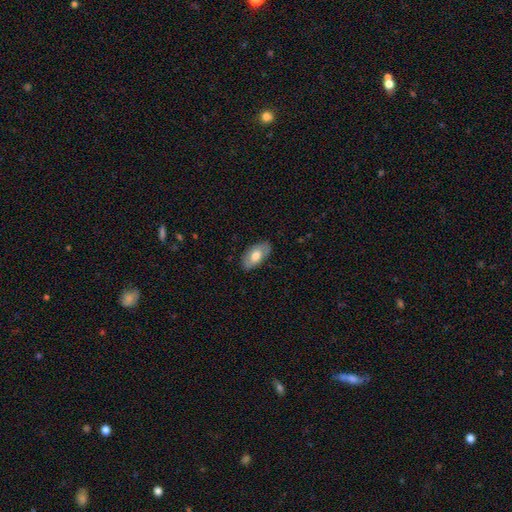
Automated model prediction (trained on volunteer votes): Smooth or featured? Predicted: smooth (p=0.65). How rounded? Predicted: in between (p=0.94). Merging? Predicted: none (p=0.82).